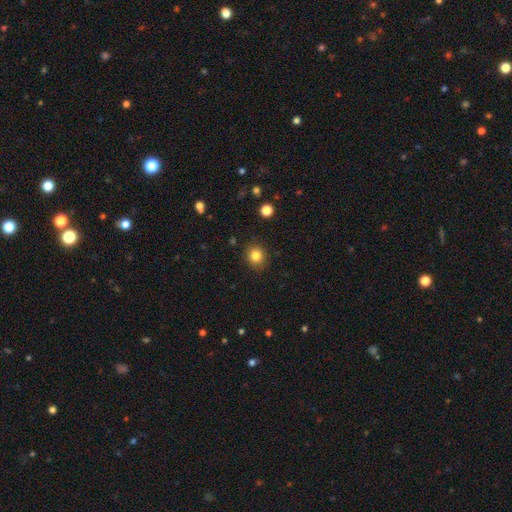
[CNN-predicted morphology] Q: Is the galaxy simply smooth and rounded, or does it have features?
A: smooth — 82%.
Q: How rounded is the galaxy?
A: round — 84%.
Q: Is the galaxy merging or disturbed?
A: none — 89%.